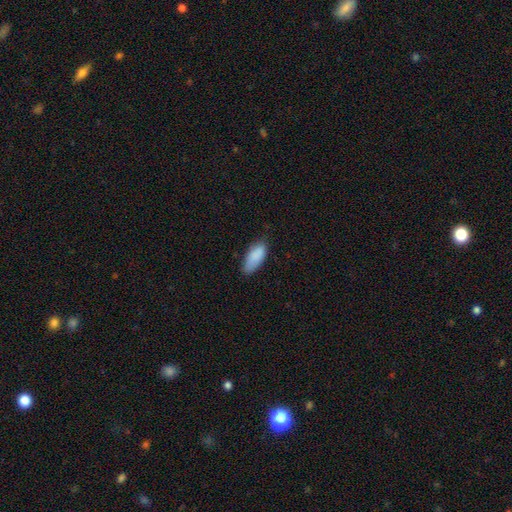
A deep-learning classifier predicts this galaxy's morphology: This appears to be a smooth galaxy with no disk features (87%) that is in between round and cigar-shaped (83%). Merging: none (66%).